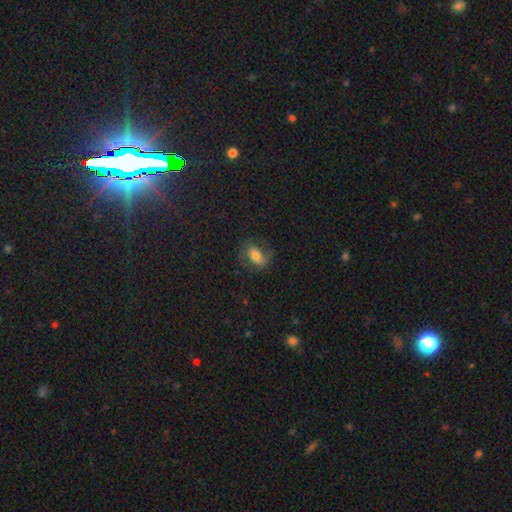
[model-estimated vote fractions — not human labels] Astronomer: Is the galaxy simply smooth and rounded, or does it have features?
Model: smooth — 55% (runner-up: featured or disk, 33%).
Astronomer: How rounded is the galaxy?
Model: in between — 84%.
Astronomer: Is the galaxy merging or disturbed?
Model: none — 68%.